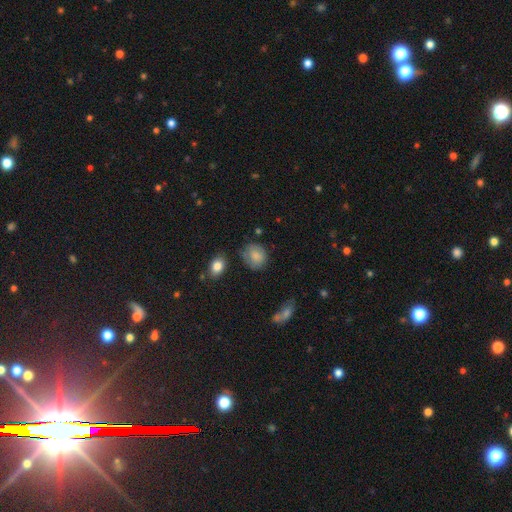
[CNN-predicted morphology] A smooth galaxy with no disk features (79%) that is round (58%). Merging: none (64%).